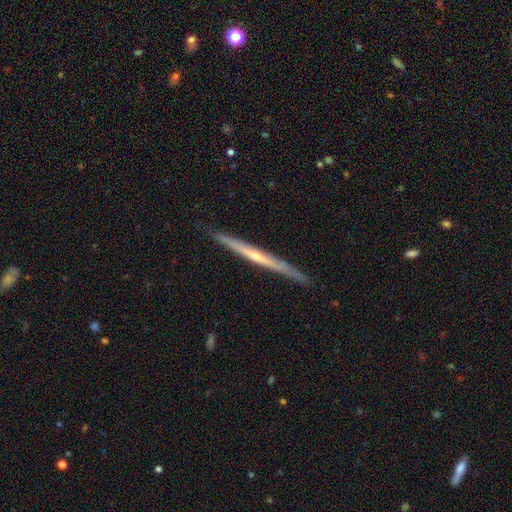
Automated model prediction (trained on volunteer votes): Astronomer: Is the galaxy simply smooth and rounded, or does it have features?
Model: featured or disk — 72%.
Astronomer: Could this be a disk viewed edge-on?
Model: yes — 97%.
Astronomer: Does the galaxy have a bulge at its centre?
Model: rounded — 49% (runner-up: none, 47%).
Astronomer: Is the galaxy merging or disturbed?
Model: none — 89%.